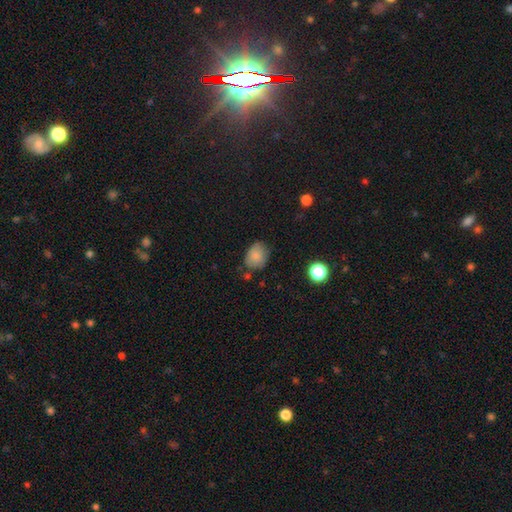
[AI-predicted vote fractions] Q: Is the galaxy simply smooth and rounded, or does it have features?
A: smooth — 82%.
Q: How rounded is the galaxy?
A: in between — 54%.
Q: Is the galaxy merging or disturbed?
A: none — 67%.